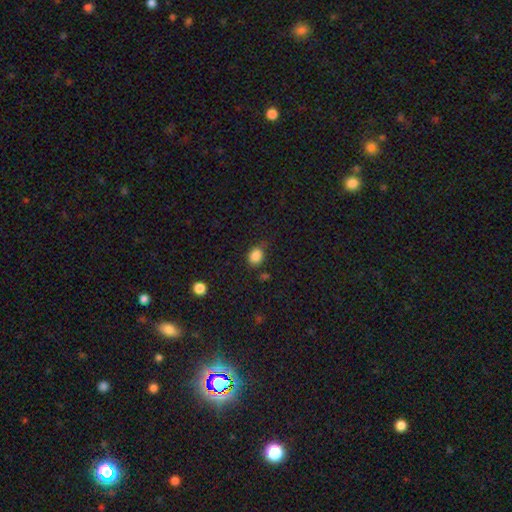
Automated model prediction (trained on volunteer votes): Smooth or featured? smooth (85%)
How rounded? round (50%)
Merging? none (69%)